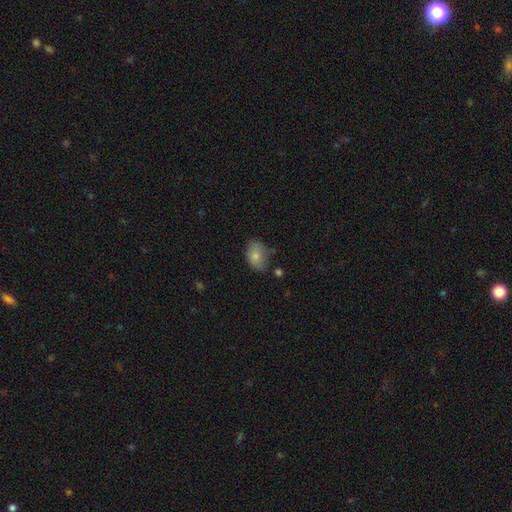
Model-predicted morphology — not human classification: Smooth or featured? Predicted: smooth (p=0.80). How rounded? Predicted: in between (p=0.82). Merging? Predicted: none (p=0.60).